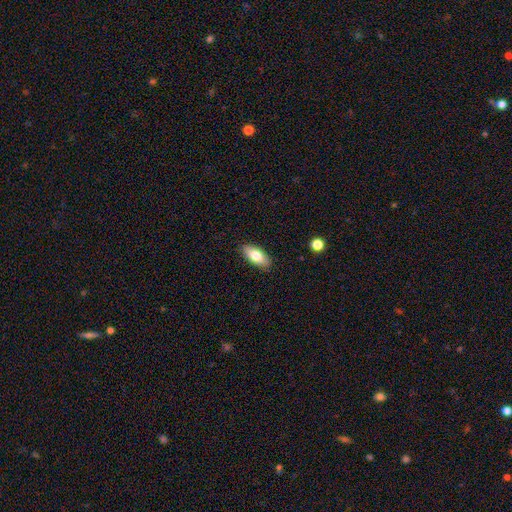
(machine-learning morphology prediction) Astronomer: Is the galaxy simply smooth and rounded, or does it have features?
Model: smooth — 76%.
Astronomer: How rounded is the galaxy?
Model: in between — 86%.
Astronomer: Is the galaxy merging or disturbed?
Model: none — 88%.